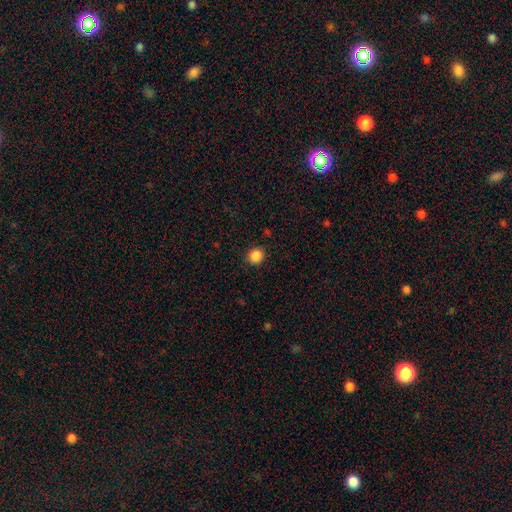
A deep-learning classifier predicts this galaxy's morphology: Smooth or featured? smooth (87%)
How rounded? round (87%)
Merging? none (90%)